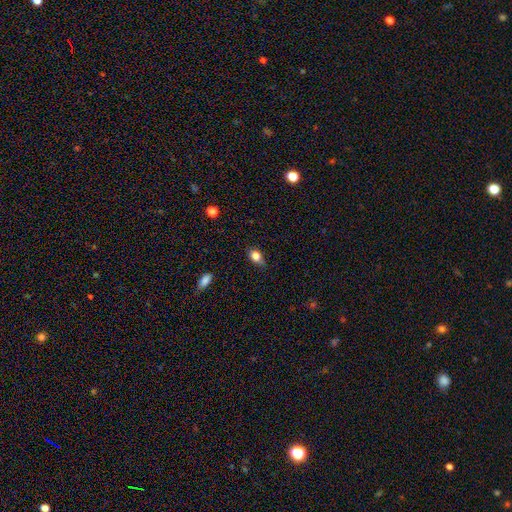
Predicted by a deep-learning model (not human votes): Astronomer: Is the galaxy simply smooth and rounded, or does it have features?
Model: smooth — 82%.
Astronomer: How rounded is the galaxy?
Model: in between — 77%.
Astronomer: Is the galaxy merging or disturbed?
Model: none — 73%.